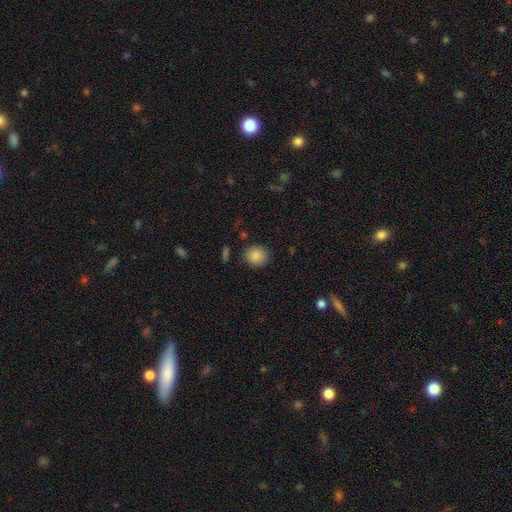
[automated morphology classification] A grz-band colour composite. It shows a smooth galaxy with no disk features (86%) that is round (82%). Merging: none (85%).